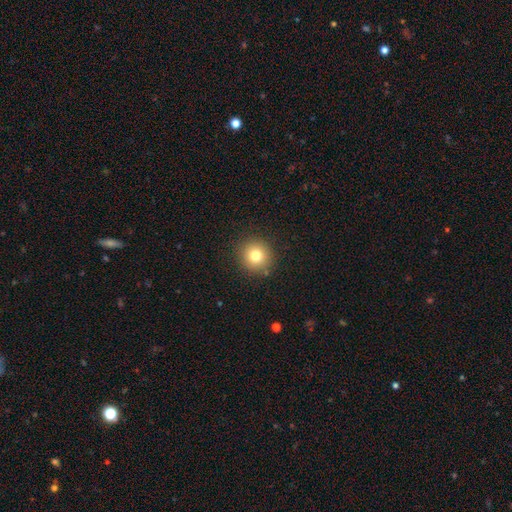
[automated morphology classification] This appears to be a smooth galaxy with no disk features (78%) that is round (92%). Merging: none (89%).